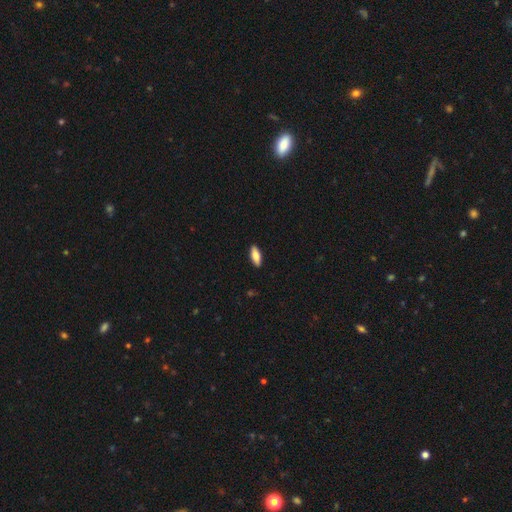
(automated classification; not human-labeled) The model was most divided on "how rounded": in between: 73%, cigar-shaped: 25%, round: 2%. More confident: merging — none (90%); smooth or featured — smooth (82%).